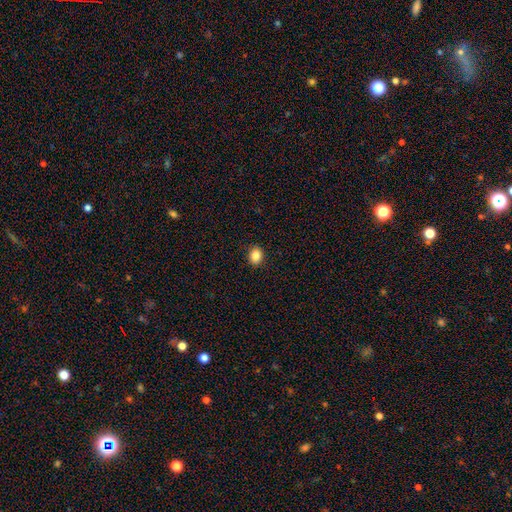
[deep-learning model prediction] Q: Smooth or featured?
A: smooth (85%); runner-up: star or artifact (10%)
Q: How rounded?
A: round (54%); runner-up: in between (45%)
Q: Merging?
A: none (91%); runner-up: minor disturbance (7%)